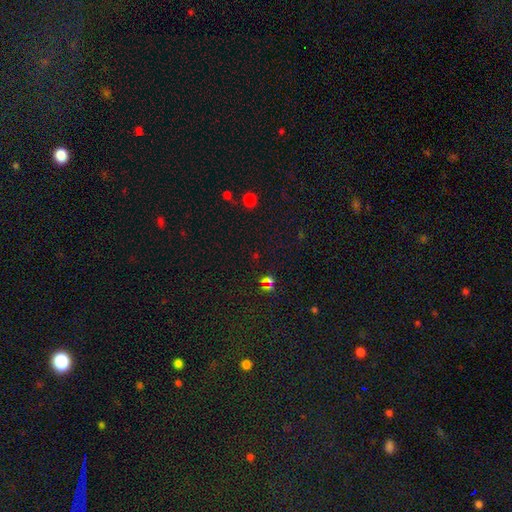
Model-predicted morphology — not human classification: The model was most divided on "smooth or featured": star or artifact: 66%, smooth: 25%, featured or disk: 8%.